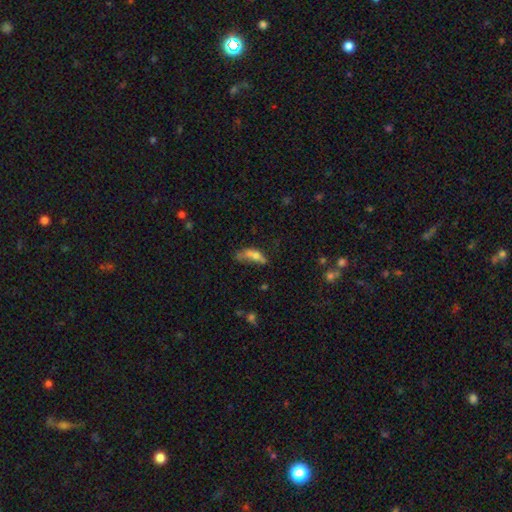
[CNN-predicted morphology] smooth_or_featured: smooth (p=0.57) [alt: featured or disk p=0.30]
how_rounded: in between (p=0.63) [alt: cigar-shaped p=0.30]
merging: major disturbance (p=0.36) [alt: none p=0.22]